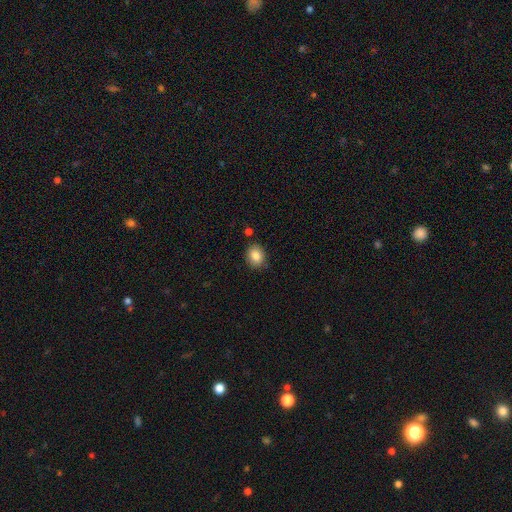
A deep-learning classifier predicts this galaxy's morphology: smooth-or-featured: smooth: 85% | star or artifact: 9% | featured or disk: 6%
  how-rounded: in between: 56% | round: 43% | cigar-shaped: 1%
  merging: none: 83% | minor disturbance: 11% | merger: 4% | major disturbance: 2%